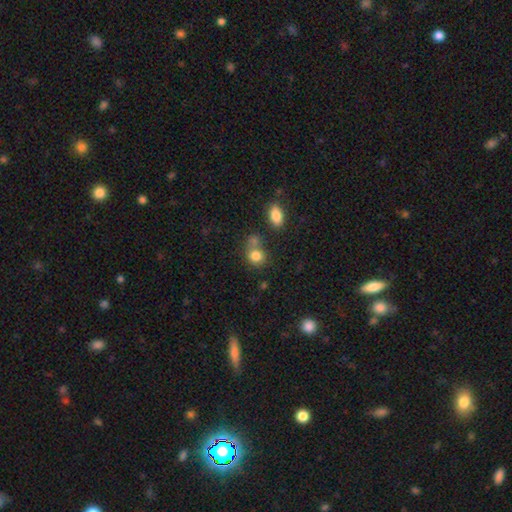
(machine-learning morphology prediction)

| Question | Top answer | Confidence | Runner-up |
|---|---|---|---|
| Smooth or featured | smooth | 82% | star or artifact (11%) |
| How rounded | round | 73% | in between (26%) |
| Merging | none | 51% | merger (32%) |